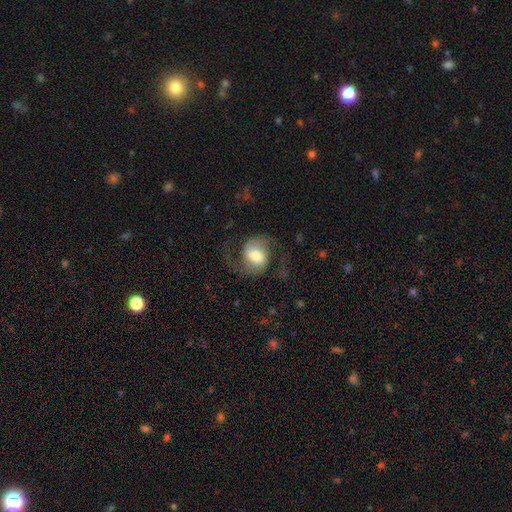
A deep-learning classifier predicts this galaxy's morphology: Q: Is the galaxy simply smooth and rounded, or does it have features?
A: featured or disk — 78%.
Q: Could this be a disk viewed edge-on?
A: no — 98%.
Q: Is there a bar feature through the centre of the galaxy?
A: weak — 44%.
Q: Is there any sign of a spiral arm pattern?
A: yes — 94%.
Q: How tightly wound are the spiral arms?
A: loose — 49%.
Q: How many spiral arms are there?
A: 2 — 93%.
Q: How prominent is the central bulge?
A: moderate — 51%.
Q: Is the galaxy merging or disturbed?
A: none — 70%.